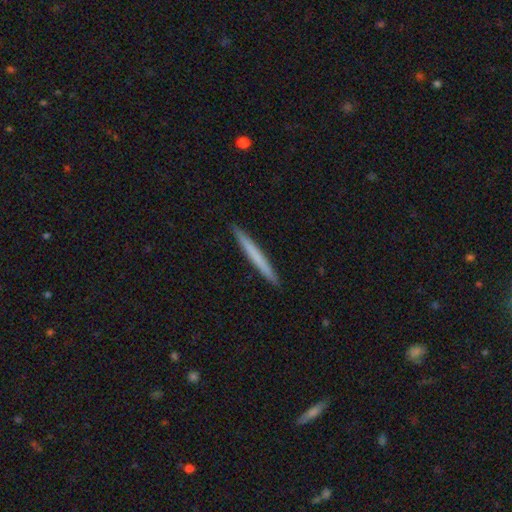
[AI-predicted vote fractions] Smooth or featured: smooth — 63% (featured or disk — 32%)
How rounded: cigar-shaped — 97% (in between — 2%)
Merging: none — 93% (minor disturbance — 5%)